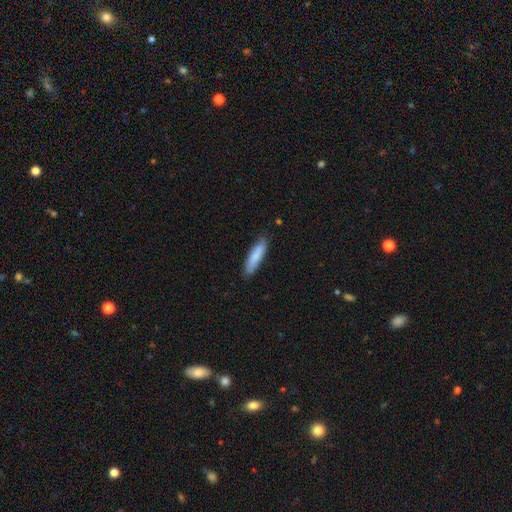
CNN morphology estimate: Q: Smooth or featured?
A: smooth (83%); runner-up: featured or disk (12%)
Q: How rounded?
A: cigar-shaped (75%); runner-up: in between (23%)
Q: Merging?
A: none (84%); runner-up: minor disturbance (13%)